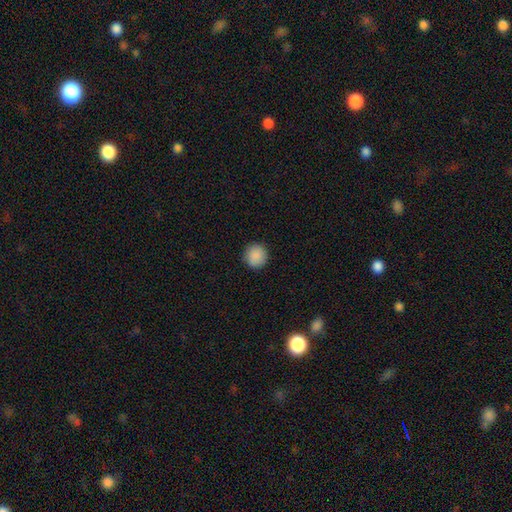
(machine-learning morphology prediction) smooth-or-featured: smooth: 89% | star or artifact: 8% | featured or disk: 3%
  how-rounded: round: 93% | in between: 6% | cigar-shaped: 1%
  merging: none: 90% | minor disturbance: 7% | major disturbance: 2% | merger: 1%